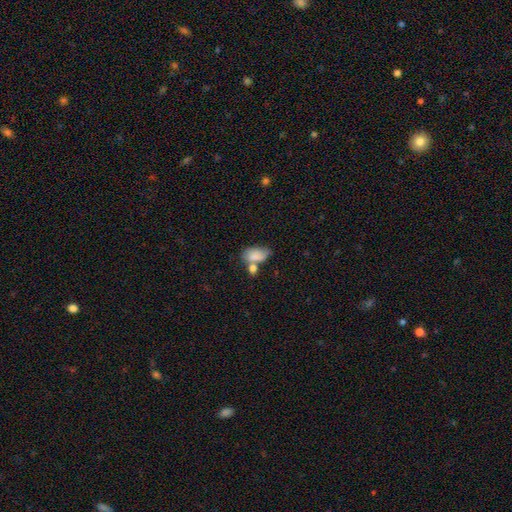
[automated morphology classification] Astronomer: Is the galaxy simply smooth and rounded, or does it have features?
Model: smooth — 80%.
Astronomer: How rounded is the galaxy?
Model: in between — 90%.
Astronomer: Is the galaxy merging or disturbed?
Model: merger — 40% (runner-up: none, 32%).